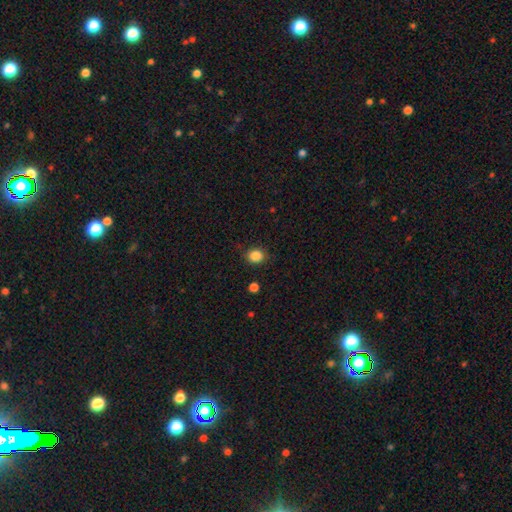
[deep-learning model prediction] Smooth or featured?
  - smooth: 86% *
  - star or artifact: 11%
  - featured or disk: 4%
How rounded?
  - round: 72% *
  - in between: 27%
  - cigar-shaped: 1%
Merging?
  - none: 85% *
  - minor disturbance: 11%
  - major disturbance: 3%
  - merger: 2%